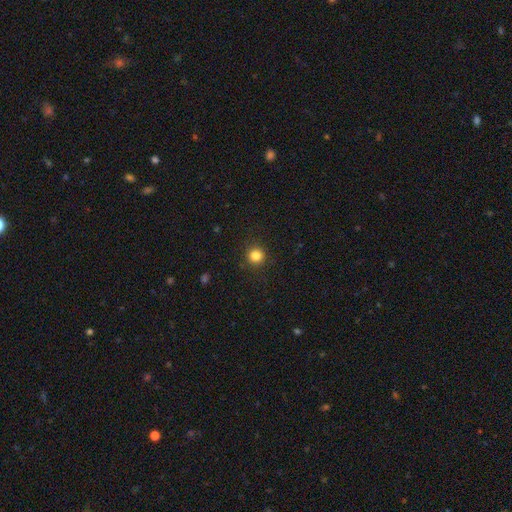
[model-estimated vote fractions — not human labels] smooth-or-featured: smooth: 84% | star or artifact: 12% | featured or disk: 4%
  how-rounded: round: 95% | in between: 4% | cigar-shaped: 1%
  merging: none: 91% | minor disturbance: 6% | major disturbance: 2% | merger: 1%